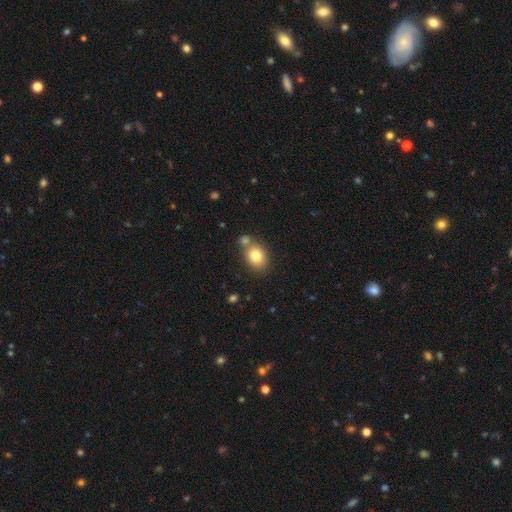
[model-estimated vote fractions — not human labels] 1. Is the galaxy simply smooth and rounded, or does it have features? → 80% smooth, 10% featured or disk, 10% star or artifact.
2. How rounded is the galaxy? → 52% in between, 47% round, 1% cigar-shaped.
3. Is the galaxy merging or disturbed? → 60% none, 24% merger, 12% minor disturbance, 4% major disturbance.